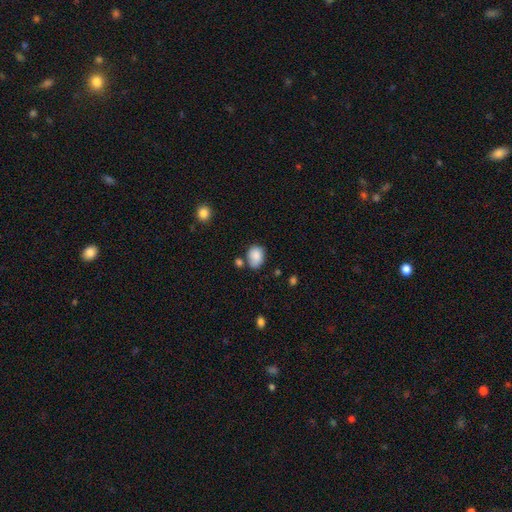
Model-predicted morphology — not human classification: A smooth galaxy with no disk features (84%) that is in between round and cigar-shaped (66%). Merging: none (57%).